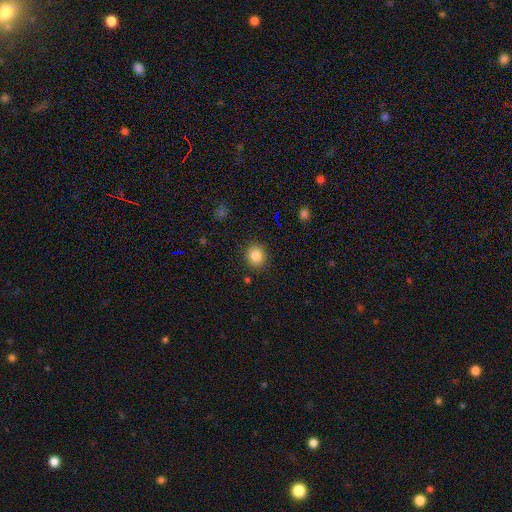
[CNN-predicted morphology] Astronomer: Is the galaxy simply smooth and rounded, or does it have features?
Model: smooth — 85%.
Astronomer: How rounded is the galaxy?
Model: round — 79%.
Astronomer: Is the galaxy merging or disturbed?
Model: none — 86%.